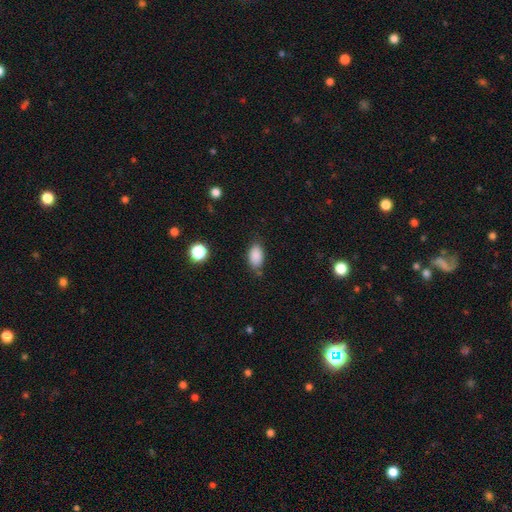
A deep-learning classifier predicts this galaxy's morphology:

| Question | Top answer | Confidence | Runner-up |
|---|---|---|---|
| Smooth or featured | smooth | 87% | star or artifact (9%) |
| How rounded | in between | 90% | round (8%) |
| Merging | none | 72% | minor disturbance (20%) |